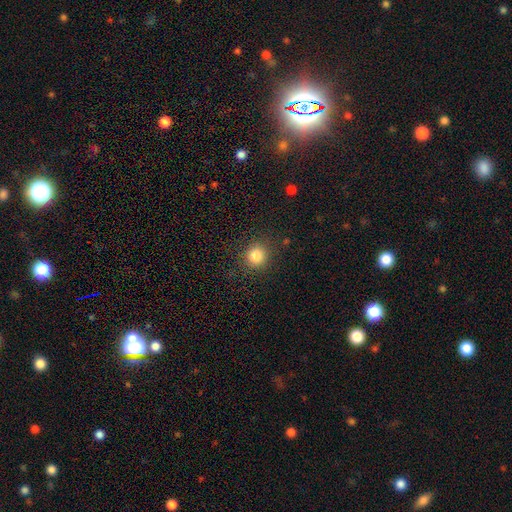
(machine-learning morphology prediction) Overall: smooth (84%). How rounded: round (89%). Merging: none (87%).